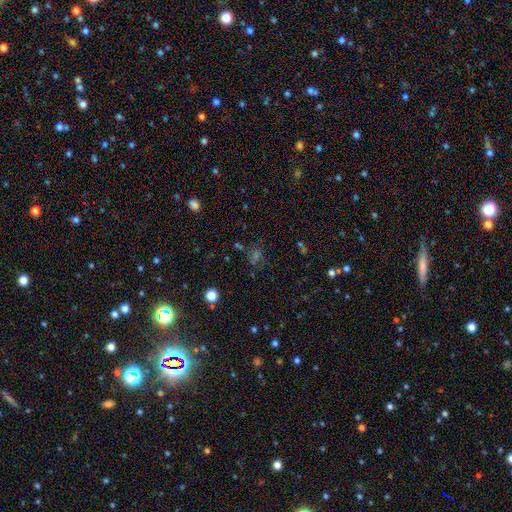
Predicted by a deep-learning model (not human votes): Smooth or featured: star or artifact — 52% (smooth — 36%)